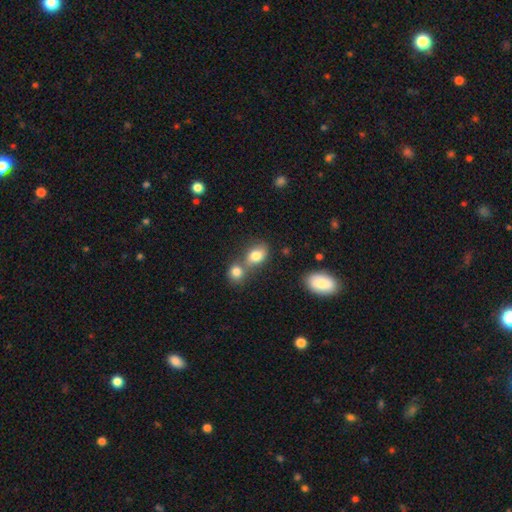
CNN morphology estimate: Smooth or featured?
  - smooth: 80% *
  - featured or disk: 10%
  - star or artifact: 10%
How rounded?
  - in between: 67% *
  - round: 31%
  - cigar-shaped: 2%
Merging?
  - merger: 46% *
  - none: 39%
  - minor disturbance: 11%
  - major disturbance: 5%